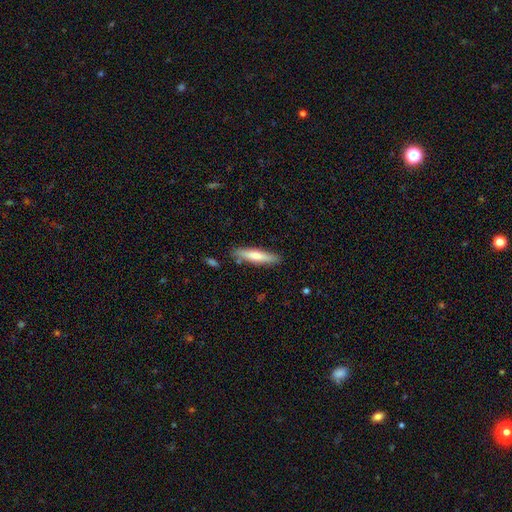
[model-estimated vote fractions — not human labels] Smooth or featured: smooth — 71% (featured or disk — 24%)
How rounded: cigar-shaped — 85% (in between — 13%)
Merging: none — 85% (minor disturbance — 11%)